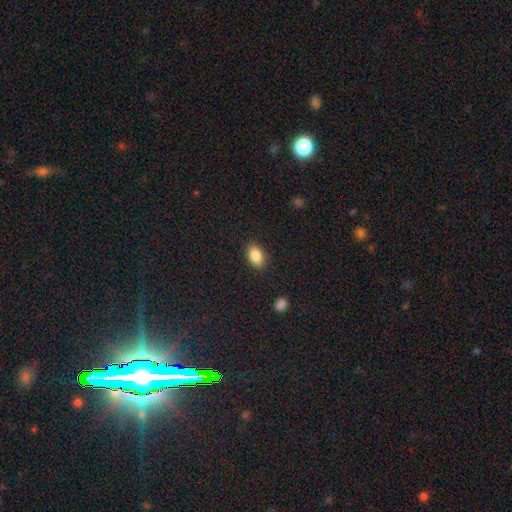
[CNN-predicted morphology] This appears to be a smooth galaxy with no disk features (87%) that is in between round and cigar-shaped (87%). Merging: none (87%).